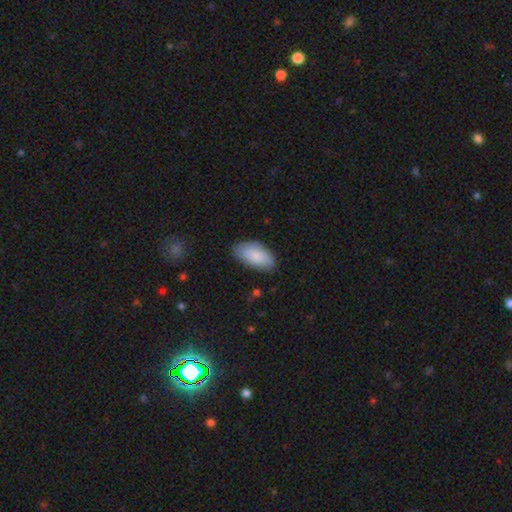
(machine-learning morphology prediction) smooth 86%, featured or disk 8%, star or artifact 6%. Down the decision tree: how rounded — in between (95%); merging — none (79%).